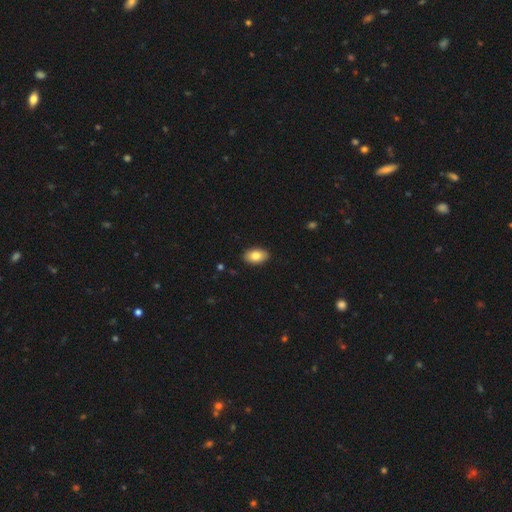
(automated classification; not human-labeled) Smooth or featured?
  - smooth: 83% *
  - featured or disk: 10%
  - star or artifact: 7%
How rounded?
  - in between: 91% *
  - round: 7%
  - cigar-shaped: 1%
Merging?
  - none: 89% *
  - minor disturbance: 8%
  - major disturbance: 2%
  - merger: 1%